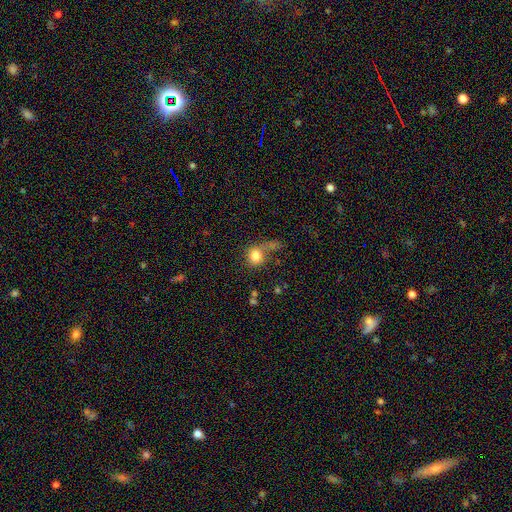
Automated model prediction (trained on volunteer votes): Morphology: type=smooth (80%); roundness=round (81%); merging=none (44%).